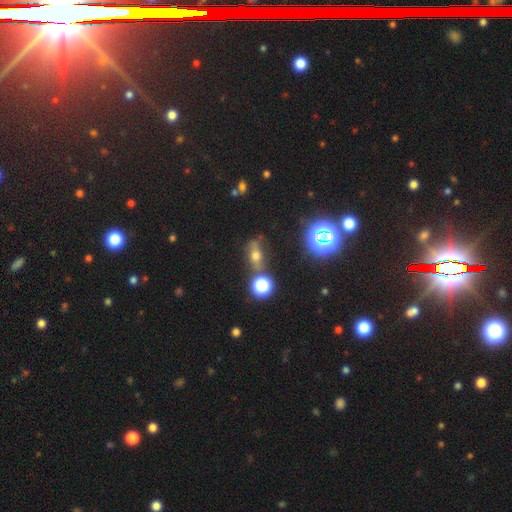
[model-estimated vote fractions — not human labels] smooth 41%, star or artifact 33%, featured or disk 26%. Down the decision tree: merging — none (65%).